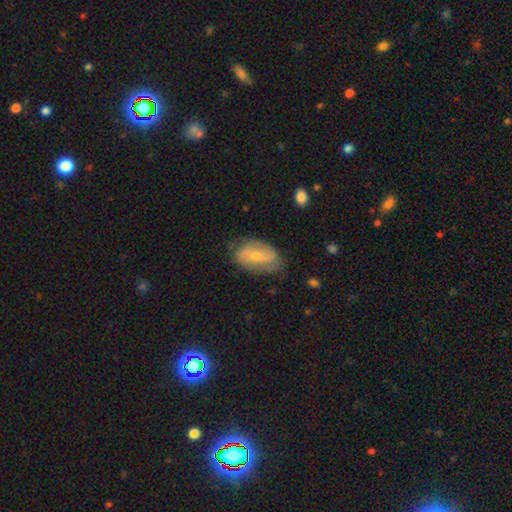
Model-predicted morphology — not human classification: This appears to be a featured or disk galaxy (54%). Merging: none (66%).